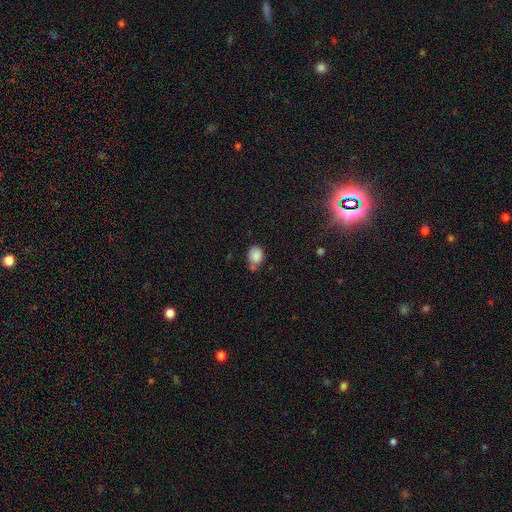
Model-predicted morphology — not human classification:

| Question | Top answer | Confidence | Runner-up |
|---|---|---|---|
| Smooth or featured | smooth | 85% | star or artifact (9%) |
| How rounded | round | 51% | in between (48%) |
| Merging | none | 50% | minor disturbance (25%) |